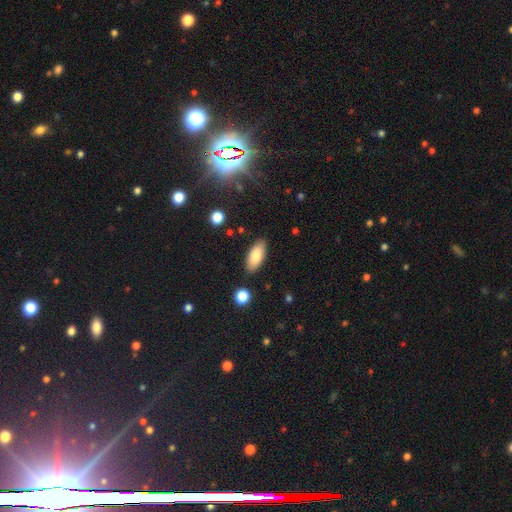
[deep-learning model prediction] A smooth galaxy with no disk features (81%) that is in between round and cigar-shaped (84%). Merging: none (86%).